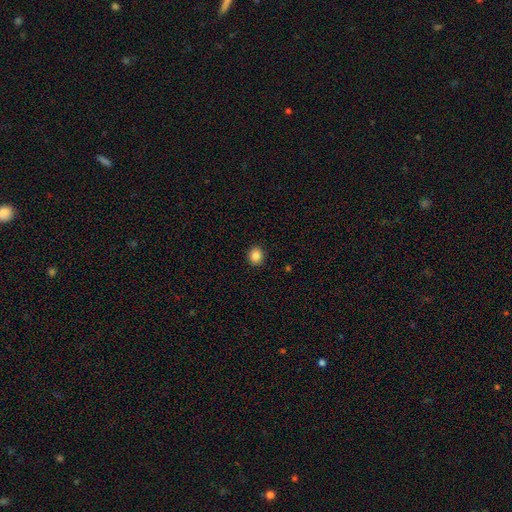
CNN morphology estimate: Smooth or featured? smooth (86%)
How rounded? round (83%)
Merging? none (92%)